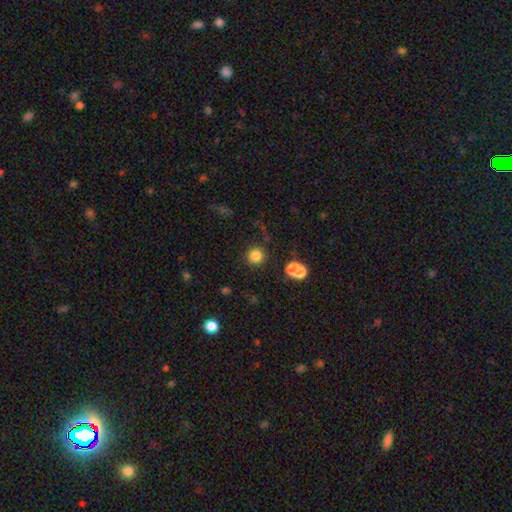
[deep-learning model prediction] Smooth or featured? Predicted: smooth (p=0.82). How rounded? Predicted: round (p=0.93). Merging? Predicted: none (p=0.85).